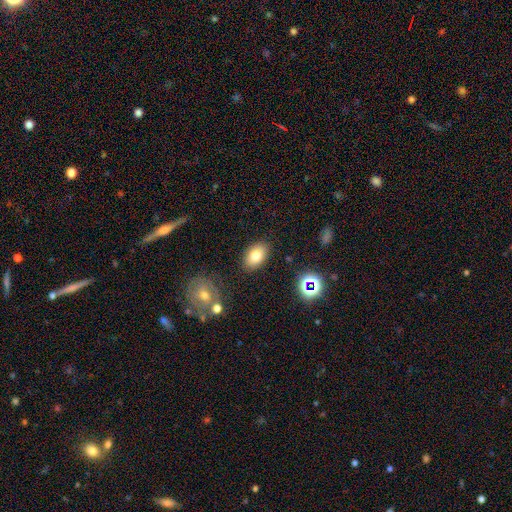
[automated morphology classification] Smooth or featured? Predicted: smooth (p=0.78). How rounded? Predicted: in between (p=0.88). Merging? Predicted: none (p=0.85).